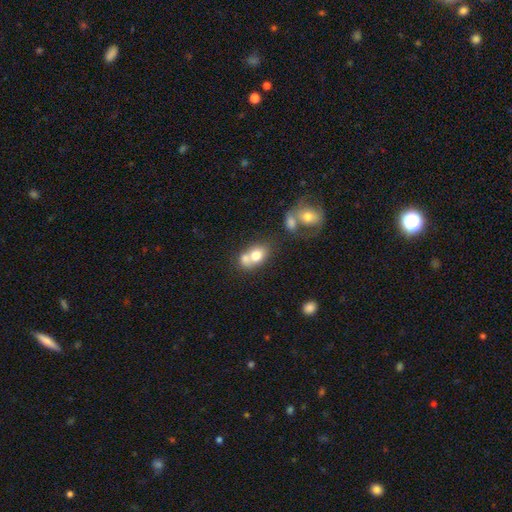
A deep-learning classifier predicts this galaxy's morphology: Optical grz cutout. It shows a smooth galaxy with no disk features (71%) that is in between round and cigar-shaped (64%). Merging: merger (55%).